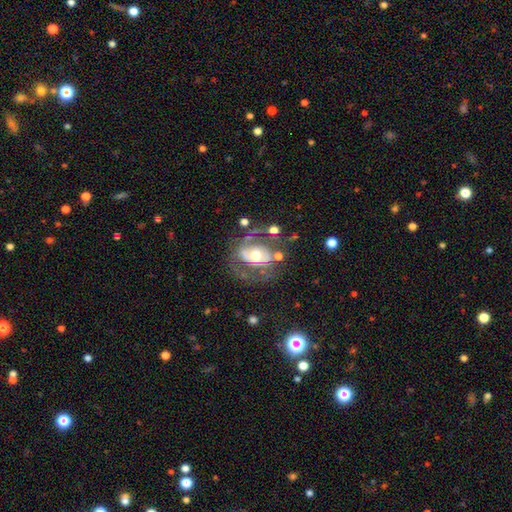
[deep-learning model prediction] smooth-or-featured: featured or disk: 74% | smooth: 19% | star or artifact: 7%
  disk-edge-on: no: 96% | yes: 4%
    bar: no: 54% | weak: 30% | strong: 16%
    has-spiral-arms: yes: 71% | no: 29%
      spiral-winding: medium: 45% | tight: 30% | loose: 25%
      spiral-arm-count: 2: 70% | can't tell: 14% | 1: 10% | 3: 3% | 4: 1% | more than 4: 1%
    bulge-size: moderate: 69% | large: 18% | small: 11% | dominant: 2% | none: 1%
  merging: none: 52% | major disturbance: 22% | minor disturbance: 20% | merger: 6%